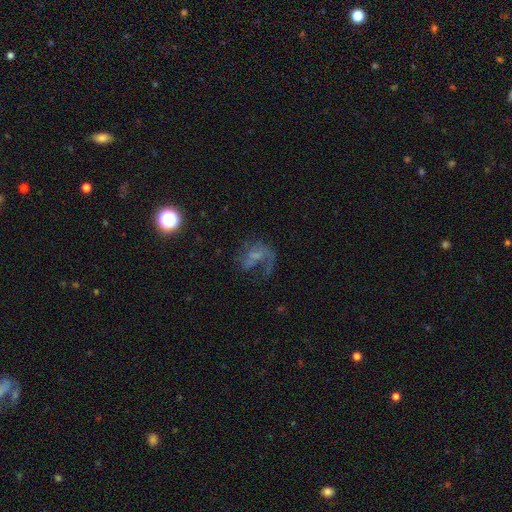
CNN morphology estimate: smooth-or-featured: featured or disk: 60% | smooth: 24% | star or artifact: 16%
  disk-edge-on: no: 98% | yes: 2%
    bar: no: 66% | weak: 27% | strong: 6%
    has-spiral-arms: yes: 65% | no: 35%
    bulge-size: none: 48% | small: 29% | moderate: 17% | large: 4% | dominant: 2%
  merging: major disturbance: 48% | none: 31% | minor disturbance: 15% | merger: 6%